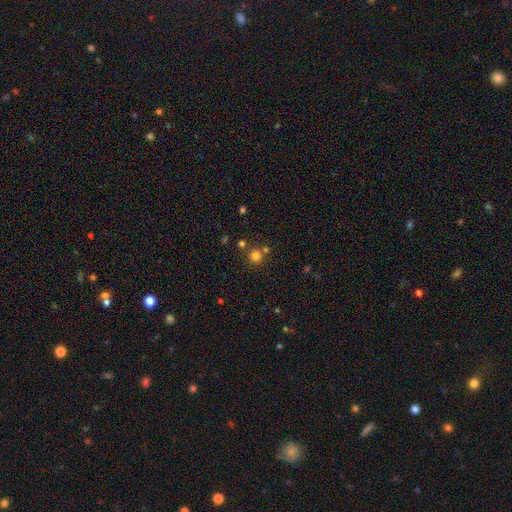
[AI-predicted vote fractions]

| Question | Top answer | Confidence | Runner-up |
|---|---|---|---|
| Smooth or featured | smooth | 76% | star or artifact (18%) |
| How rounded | round | 93% | in between (6%) |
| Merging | none | 74% | merger (16%) |